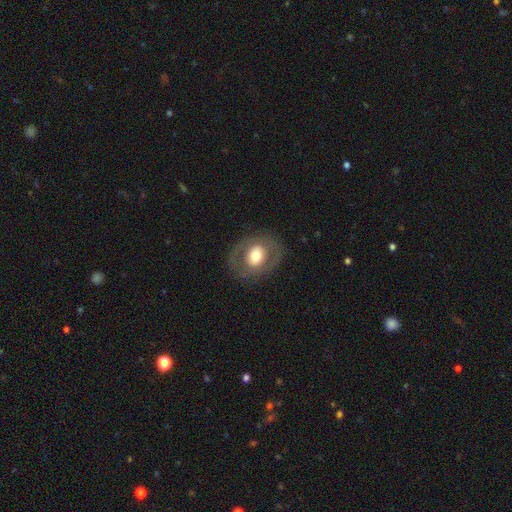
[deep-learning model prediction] A featured or disk galaxy (47%). Merging: none (78%).